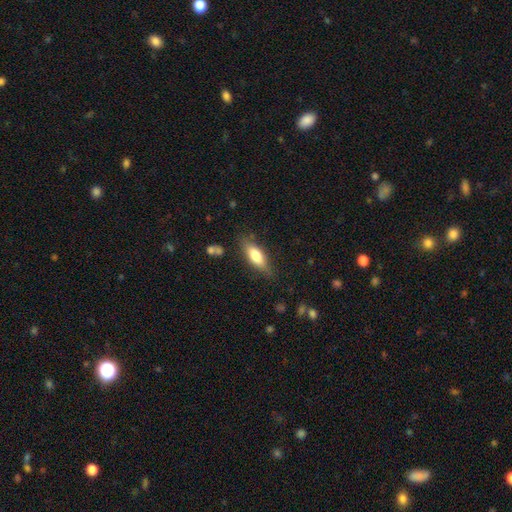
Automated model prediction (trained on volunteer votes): smooth 73%, featured or disk 21%, star or artifact 6%. Down the decision tree: how rounded — in between (65%); merging — none (77%).